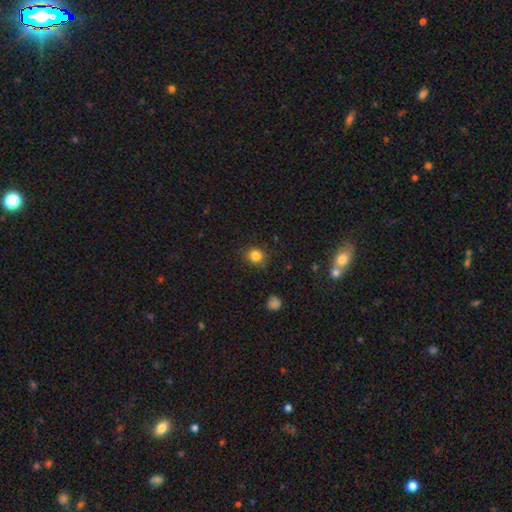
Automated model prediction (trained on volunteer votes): Smooth or featured: smooth — 83% (star or artifact — 12%)
How rounded: round — 86% (in between — 13%)
Merging: none — 87% (minor disturbance — 9%)